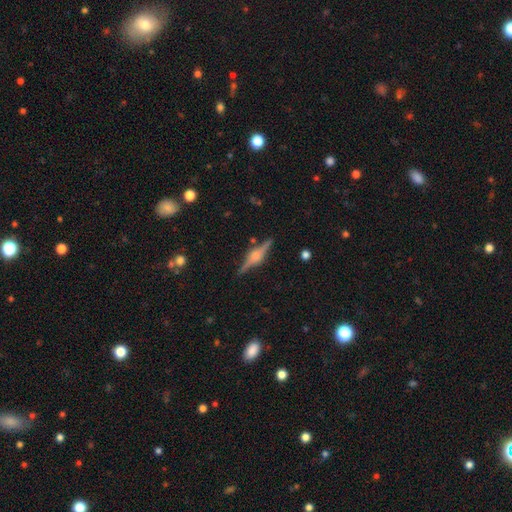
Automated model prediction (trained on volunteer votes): The model was most divided on "smooth or featured": featured or disk: 82%, smooth: 11%, star or artifact: 7%. More confident: edge-on disk — yes (98%); merging — none (87%); edge-on bulge — rounded (87%).